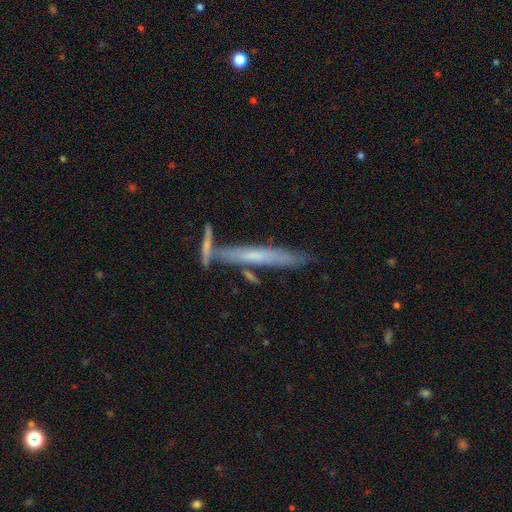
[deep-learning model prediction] smooth_or_featured: featured or disk (p=0.48) [alt: smooth p=0.45]
merging: none (p=0.67) [alt: merger p=0.16]